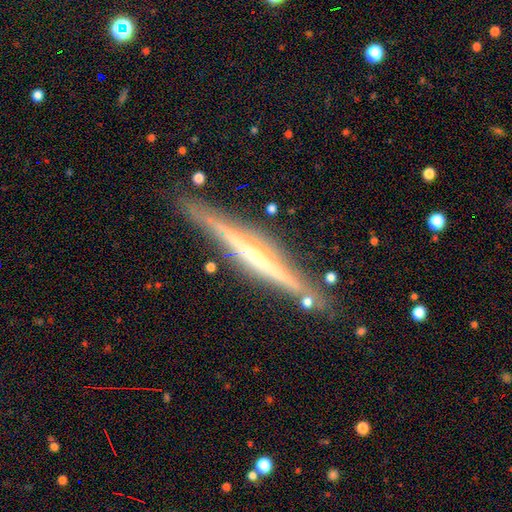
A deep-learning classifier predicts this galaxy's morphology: featured or disk 83%, smooth 11%, star or artifact 6%. Down the decision tree: edge-on disk — yes (97%); edge-on bulge — rounded (62%); merging — none (84%).